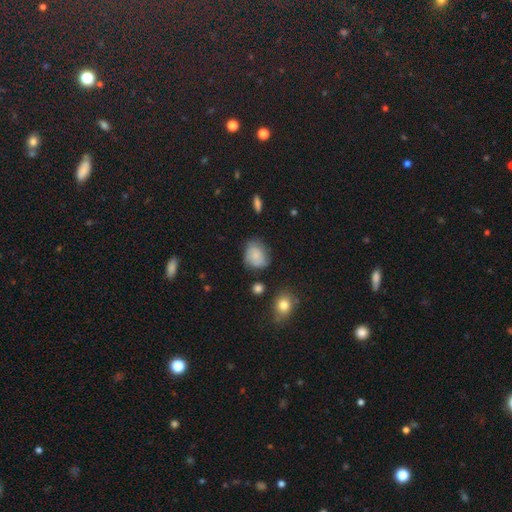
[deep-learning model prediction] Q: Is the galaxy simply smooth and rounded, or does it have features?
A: smooth — 72%.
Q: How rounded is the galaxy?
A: in between — 52%.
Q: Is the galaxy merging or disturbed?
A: none — 57%.